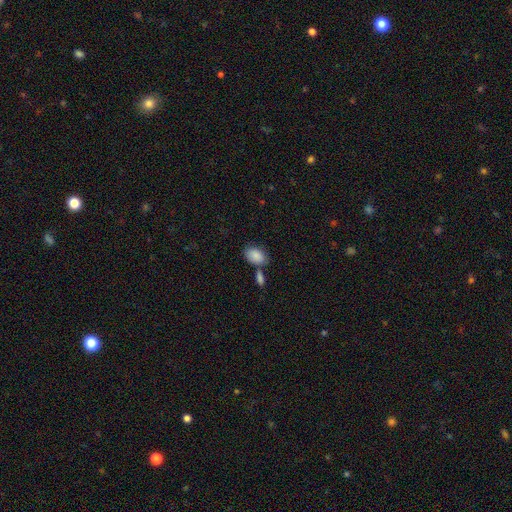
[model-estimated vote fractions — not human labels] Smooth or featured? Predicted: smooth (p=0.87). How rounded? Predicted: in between (p=0.90). Merging? Predicted: none (p=0.58).